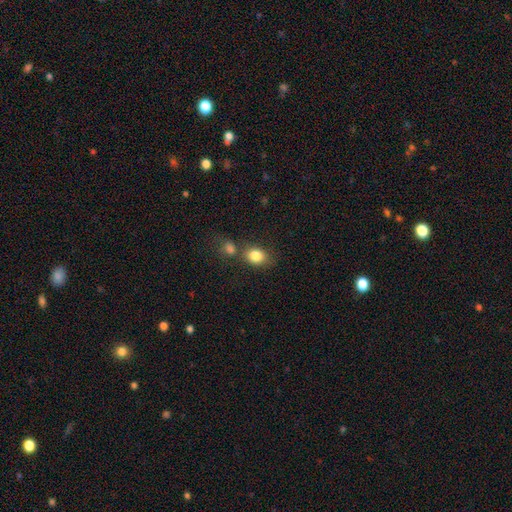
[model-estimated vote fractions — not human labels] The model was most divided on "how rounded": in between: 50%, round: 49%, cigar-shaped: 1%. More confident: smooth or featured — smooth (83%); merging — none (56%).